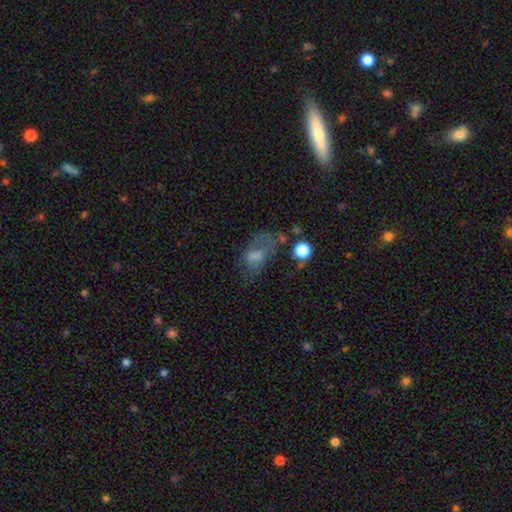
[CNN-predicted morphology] This appears to be a smooth galaxy with no disk features (42%). Merging: none (41%).